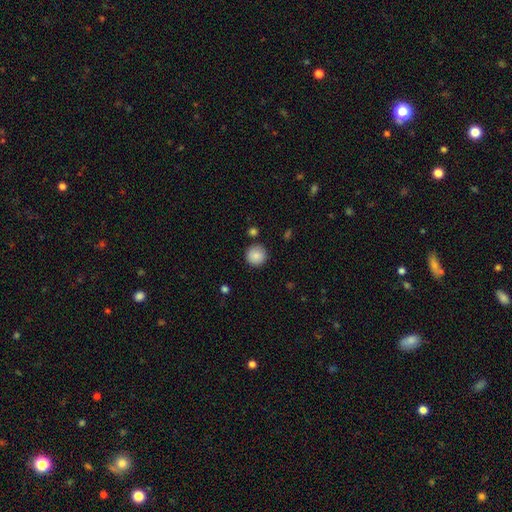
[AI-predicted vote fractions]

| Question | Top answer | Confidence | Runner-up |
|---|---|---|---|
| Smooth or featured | smooth | 86% | star or artifact (8%) |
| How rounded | round | 95% | in between (5%) |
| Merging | none | 88% | minor disturbance (8%) |